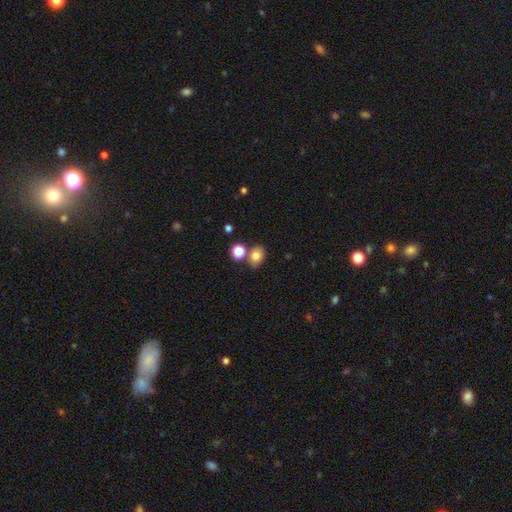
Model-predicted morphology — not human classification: Q: Smooth or featured?
A: smooth (79%); runner-up: star or artifact (12%)
Q: How rounded?
A: in between (53%); runner-up: round (46%)
Q: Merging?
A: none (68%); runner-up: merger (18%)